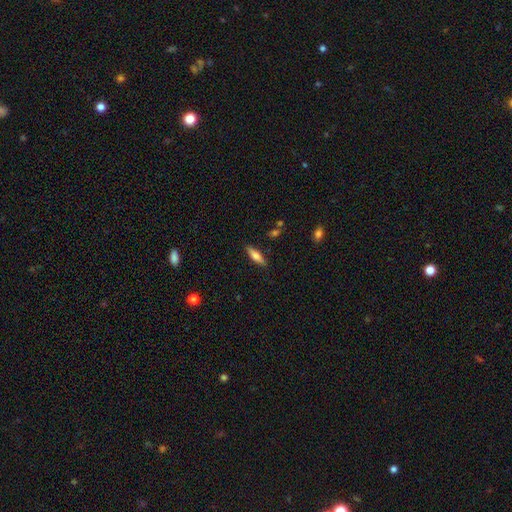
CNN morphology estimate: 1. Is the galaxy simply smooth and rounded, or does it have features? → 64% smooth, 29% featured or disk, 7% star or artifact.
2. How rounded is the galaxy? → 57% cigar-shaped, 41% in between, 2% round.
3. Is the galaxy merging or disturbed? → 86% none, 10% minor disturbance, 2% major disturbance, 2% merger.